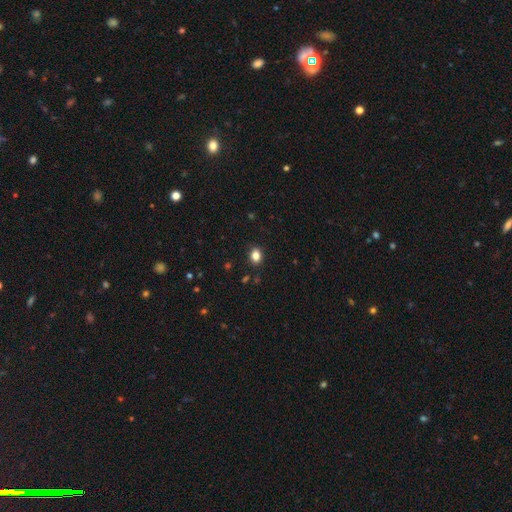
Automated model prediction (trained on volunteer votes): smooth_or_featured: smooth (p=0.84) [alt: star or artifact p=0.11]
how_rounded: in between (p=0.56) [alt: round p=0.43]
merging: none (p=0.88) [alt: minor disturbance p=0.08]